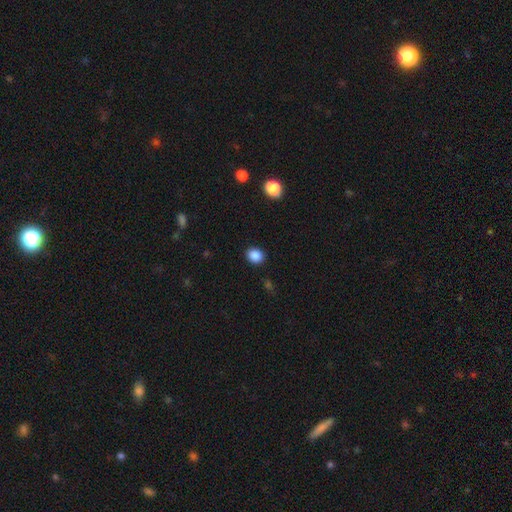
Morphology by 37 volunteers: Smooth or featured? smooth (97%)
How rounded? round (67%)
Merging? none (94%)